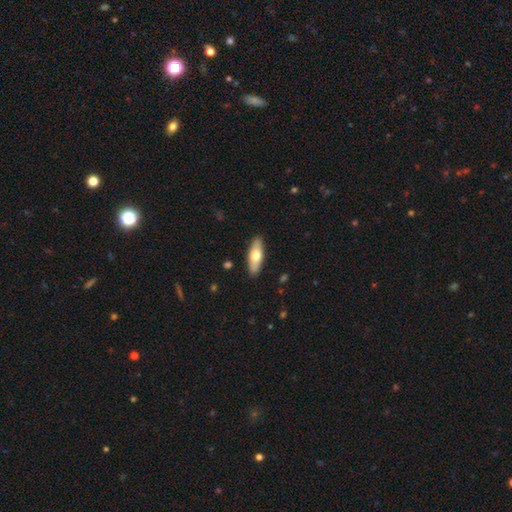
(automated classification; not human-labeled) Smooth or featured? Predicted: smooth (p=0.62). How rounded? Predicted: in between (p=0.61). Merging? Predicted: none (p=0.89).